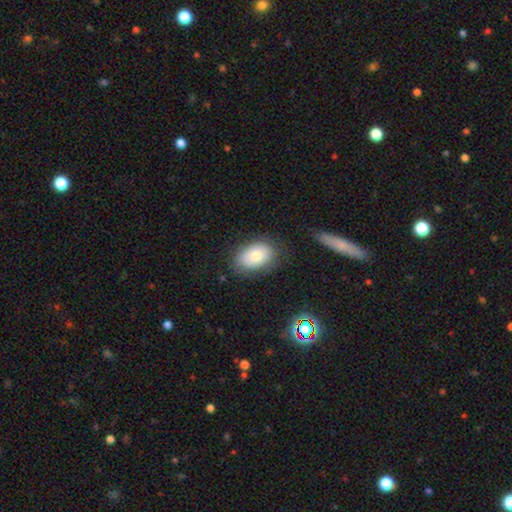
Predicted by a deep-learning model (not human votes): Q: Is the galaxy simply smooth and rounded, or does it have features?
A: smooth — 76%.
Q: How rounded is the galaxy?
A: in between — 87%.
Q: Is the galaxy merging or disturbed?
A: none — 74%.